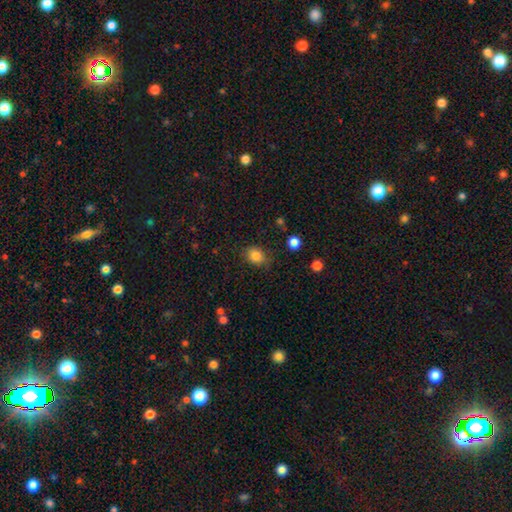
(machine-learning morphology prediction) Q: Smooth or featured?
A: smooth (85%); runner-up: star or artifact (10%)
Q: How rounded?
A: in between (53%); runner-up: round (46%)
Q: Merging?
A: none (74%); runner-up: minor disturbance (19%)